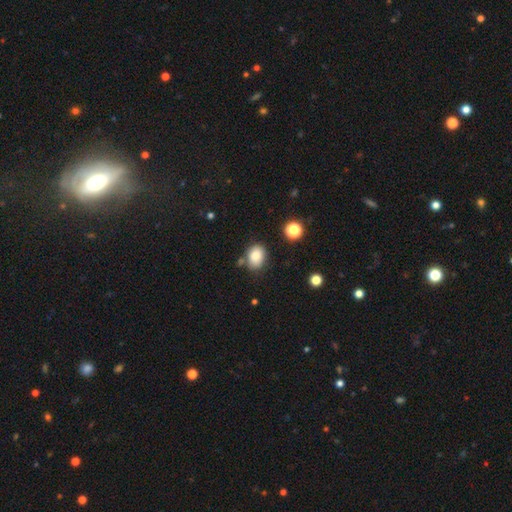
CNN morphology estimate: Q: Smooth or featured?
A: smooth (82%); runner-up: star or artifact (10%)
Q: How rounded?
A: in between (66%); runner-up: round (33%)
Q: Merging?
A: none (74%); runner-up: minor disturbance (15%)